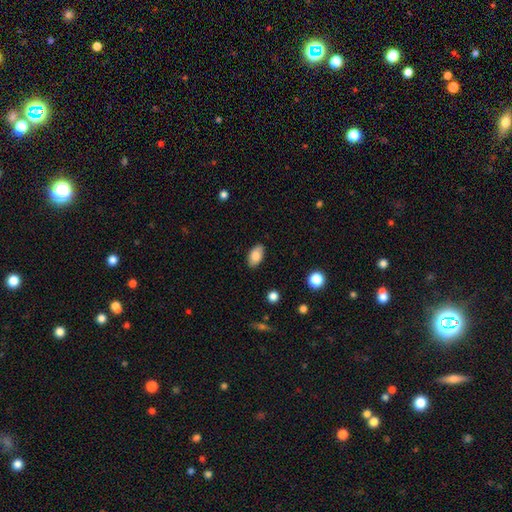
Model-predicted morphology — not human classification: Smooth or featured?
  - smooth: 81% *
  - featured or disk: 11%
  - star or artifact: 8%
How rounded?
  - in between: 93% *
  - round: 5%
  - cigar-shaped: 2%
Merging?
  - none: 85% *
  - minor disturbance: 11%
  - major disturbance: 2%
  - merger: 1%